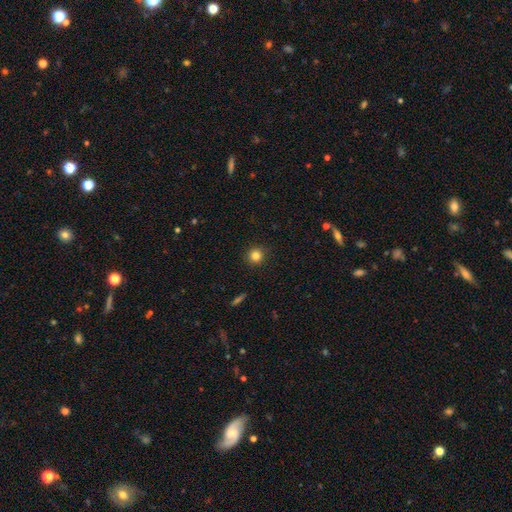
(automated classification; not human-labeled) smooth-or-featured: smooth: 82% | star or artifact: 12% | featured or disk: 5%
  how-rounded: round: 94% | in between: 5% | cigar-shaped: 1%
  merging: none: 91% | minor disturbance: 6% | major disturbance: 2% | merger: 1%